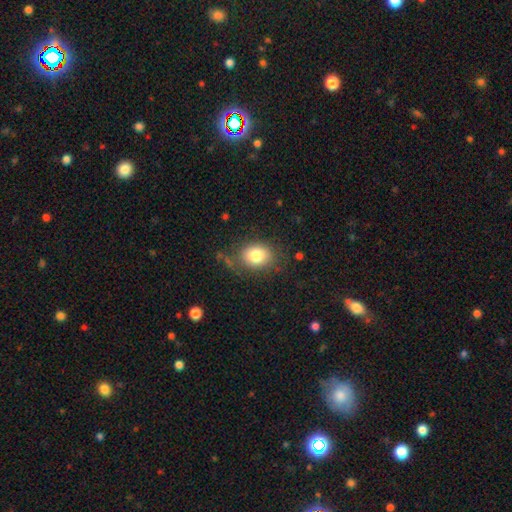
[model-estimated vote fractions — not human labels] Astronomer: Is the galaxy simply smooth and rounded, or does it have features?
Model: smooth — 80%.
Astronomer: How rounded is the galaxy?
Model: in between — 51% (runner-up: round, 48%).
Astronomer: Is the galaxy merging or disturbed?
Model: none — 72%.